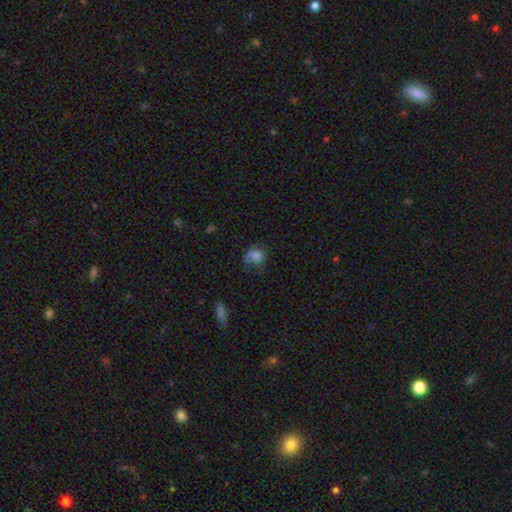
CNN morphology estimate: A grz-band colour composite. It shows a smooth galaxy with no disk features (77%) that is round (66%). Merging: none (47%).